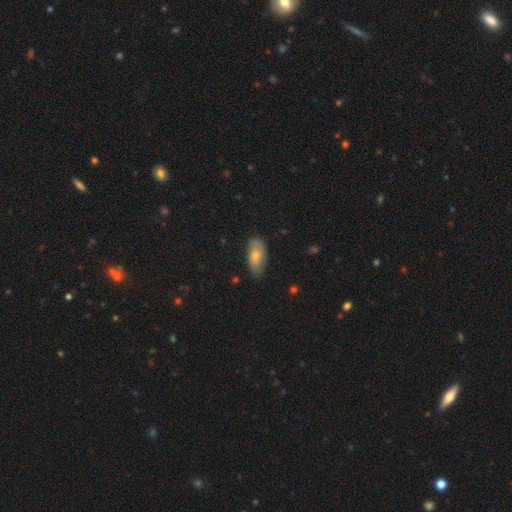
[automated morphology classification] The model was most divided on "smooth or featured": smooth: 63%, featured or disk: 31%, star or artifact: 7%. More confident: how rounded — in between (91%); merging — none (67%).